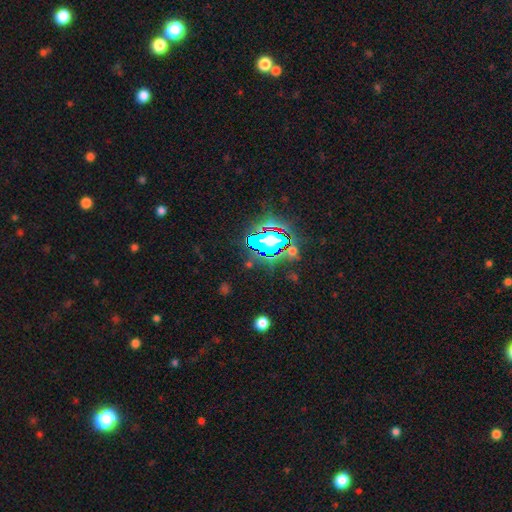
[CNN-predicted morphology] Overall: star or artifact (84%).